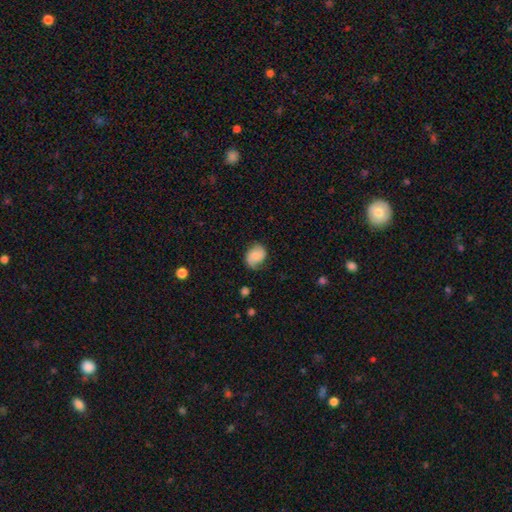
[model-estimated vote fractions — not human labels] Smooth or featured? Predicted: smooth (p=0.52). How rounded? Predicted: in between (p=0.58). Merging? Predicted: none (p=0.72).